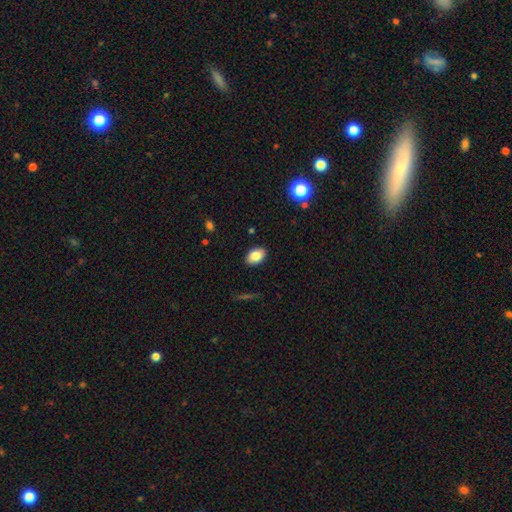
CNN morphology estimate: Smooth or featured?
  - smooth: 83% *
  - star or artifact: 8%
  - featured or disk: 8%
How rounded?
  - in between: 88% *
  - round: 11%
  - cigar-shaped: 1%
Merging?
  - none: 88% *
  - minor disturbance: 9%
  - major disturbance: 2%
  - merger: 1%